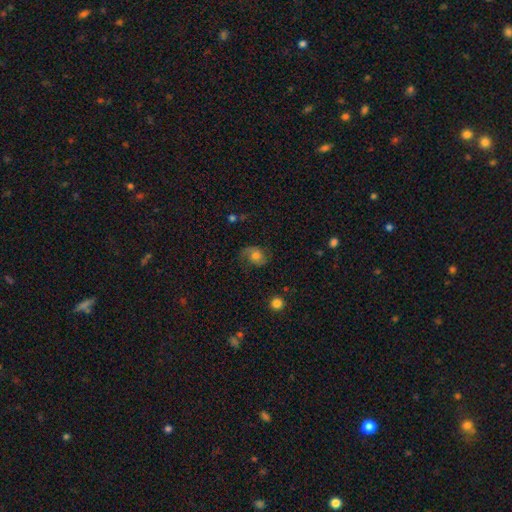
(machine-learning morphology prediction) featured or disk 54%, smooth 36%, star or artifact 10%. Down the decision tree: edge-on disk — no (97%); bar — no (73%); spiral arms — yes (88%); bulge size — moderate (63%); merging — none (64%).